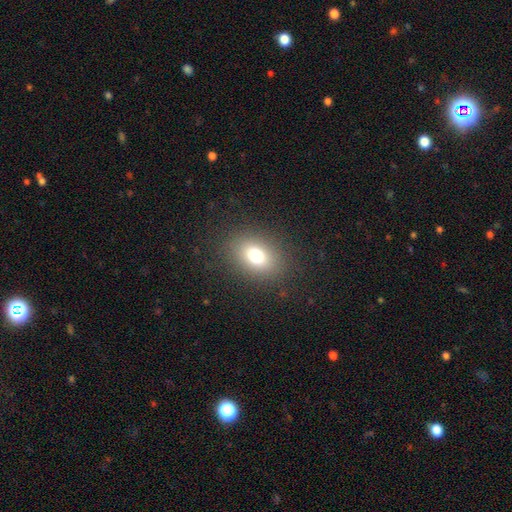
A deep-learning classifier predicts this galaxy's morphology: type=smooth (75%); roundness=in between (66%); merging=none (85%).